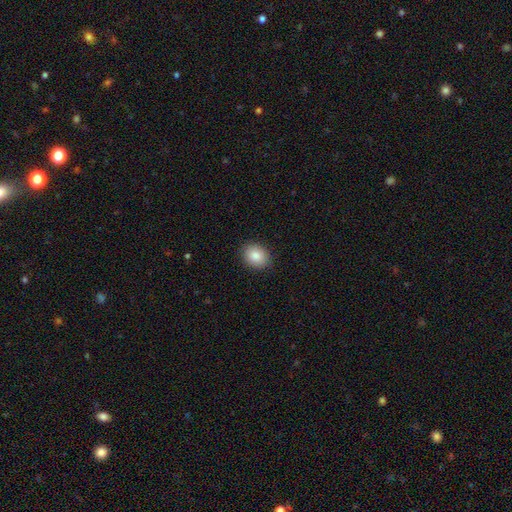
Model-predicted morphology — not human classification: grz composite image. It shows a smooth galaxy with no disk features (86%) that is round (52%). Merging: none (88%).